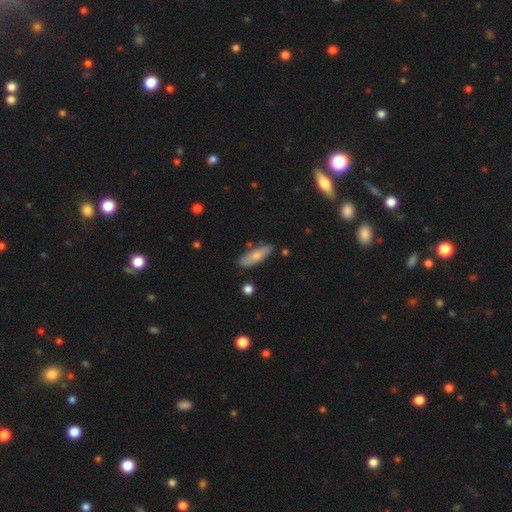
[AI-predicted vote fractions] Smooth or featured?
  - smooth: 69% *
  - featured or disk: 26%
  - star or artifact: 6%
How rounded?
  - in between: 56% *
  - cigar-shaped: 42%
  - round: 2%
Merging?
  - none: 79% *
  - minor disturbance: 14%
  - merger: 4%
  - major disturbance: 3%